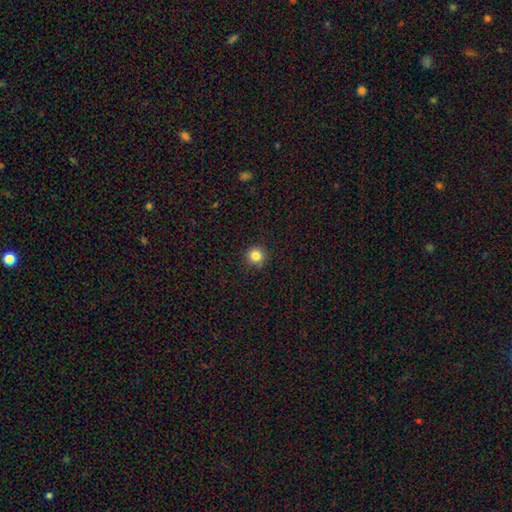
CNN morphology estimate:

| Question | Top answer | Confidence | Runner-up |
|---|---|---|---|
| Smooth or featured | smooth | 84% | star or artifact (12%) |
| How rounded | round | 95% | in between (4%) |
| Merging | none | 91% | minor disturbance (6%) |